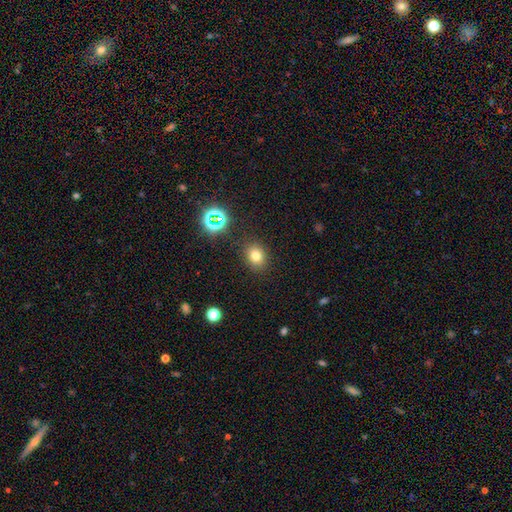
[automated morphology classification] Smooth or featured?
  - smooth: 75% *
  - star or artifact: 18%
  - featured or disk: 8%
How rounded?
  - round: 57% *
  - in between: 42%
  - cigar-shaped: 1%
Merging?
  - none: 86% *
  - minor disturbance: 9%
  - major disturbance: 3%
  - merger: 2%